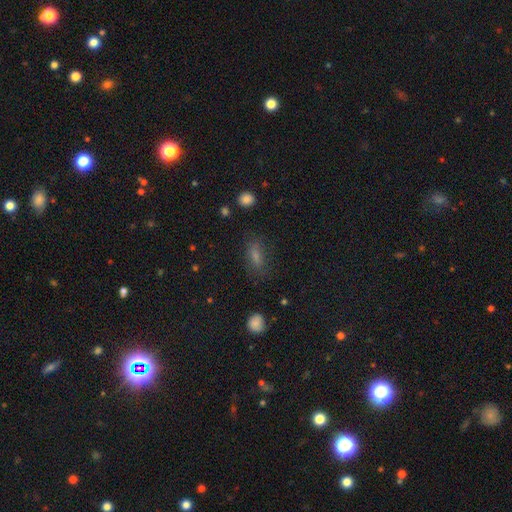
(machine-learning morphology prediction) Smooth or featured: smooth — 60% (star or artifact — 24%)
How rounded: in between — 65% (cigar-shaped — 27%)
Merging: none — 72% (minor disturbance — 18%)